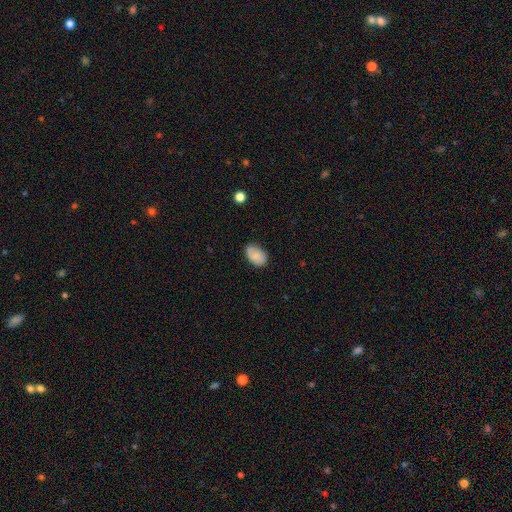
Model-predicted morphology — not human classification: Smooth or featured: smooth — 73% (featured or disk — 19%)
How rounded: in between — 87% (round — 11%)
Merging: none — 73% (minor disturbance — 21%)